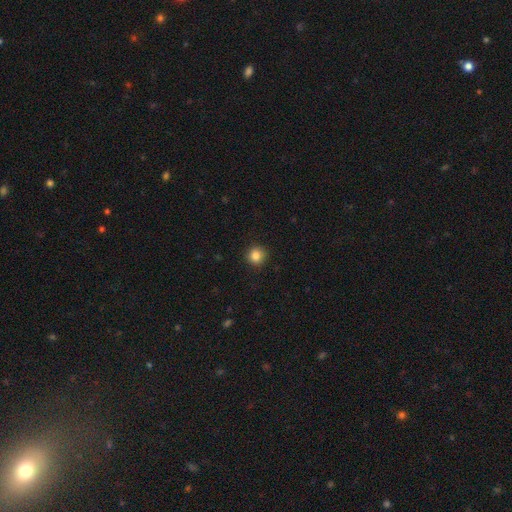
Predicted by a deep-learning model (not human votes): Smooth or featured? smooth (85%)
How rounded? round (93%)
Merging? none (92%)